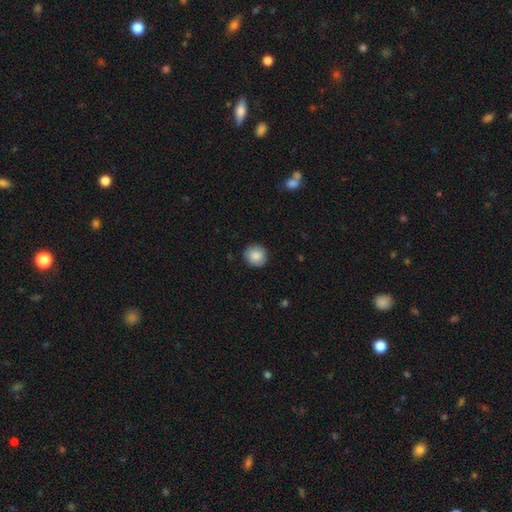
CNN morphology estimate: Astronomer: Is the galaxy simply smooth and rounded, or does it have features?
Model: smooth — 86%.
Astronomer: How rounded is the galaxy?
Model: round — 93%.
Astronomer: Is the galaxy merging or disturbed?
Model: none — 90%.